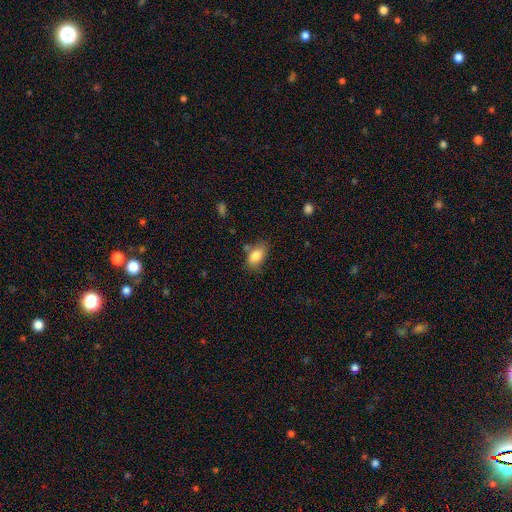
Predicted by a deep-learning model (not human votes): Q: Smooth or featured?
A: smooth (84%); runner-up: featured or disk (8%)
Q: How rounded?
A: in between (89%); runner-up: round (9%)
Q: Merging?
A: none (68%); runner-up: minor disturbance (20%)